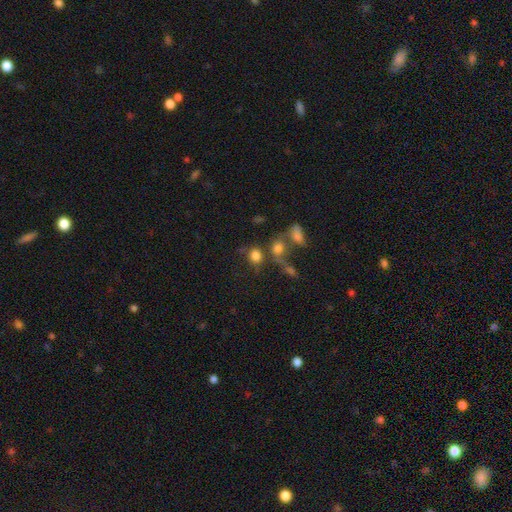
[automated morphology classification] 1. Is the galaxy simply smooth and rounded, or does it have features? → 78% smooth, 13% star or artifact, 9% featured or disk.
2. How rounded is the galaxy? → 74% round, 24% in between, 2% cigar-shaped.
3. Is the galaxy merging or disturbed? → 52% none, 26% merger, 13% minor disturbance, 9% major disturbance.